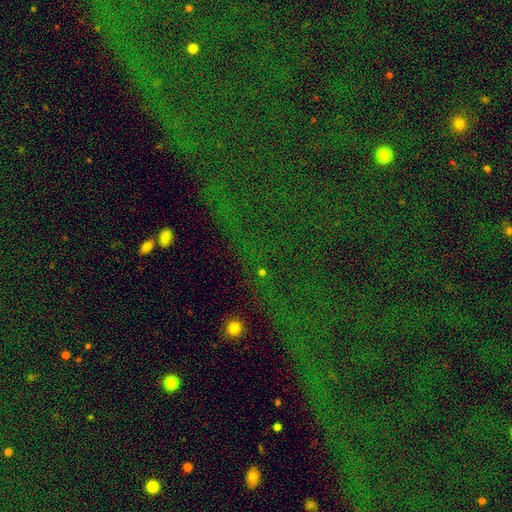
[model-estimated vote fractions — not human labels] A star or artifact, not a galaxy (84%).

Vote fractions:
- Smooth or featured? star or artifact: 84% / smooth: 8% / featured or disk: 8%